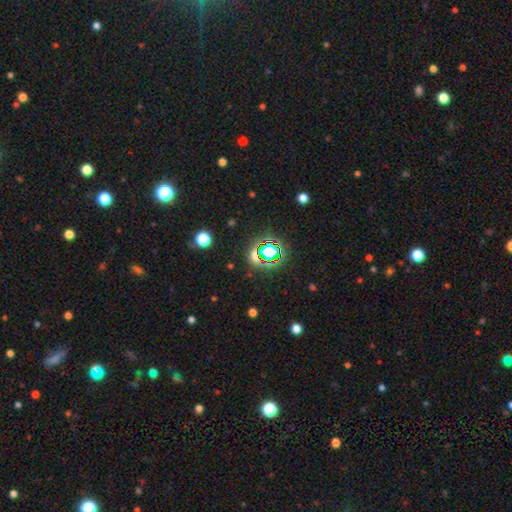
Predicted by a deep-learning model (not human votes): smooth-or-featured: star or artifact: 67% | smooth: 23% | featured or disk: 10%